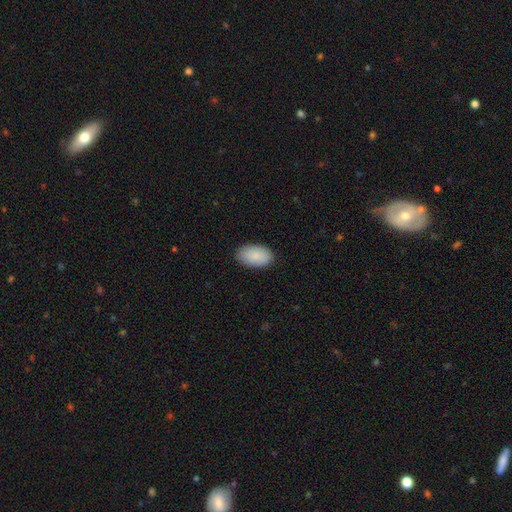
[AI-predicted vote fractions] Q: Smooth or featured?
A: smooth (89%); runner-up: featured or disk (6%)
Q: How rounded?
A: in between (95%); runner-up: round (4%)
Q: Merging?
A: none (88%); runner-up: minor disturbance (9%)